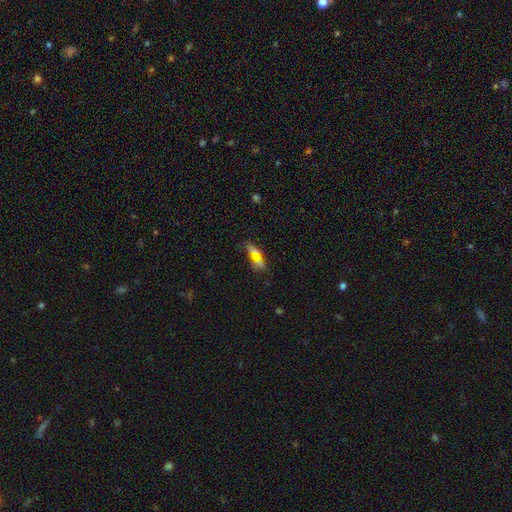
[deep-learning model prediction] Smooth or featured?
  - smooth: 50% *
  - star or artifact: 25%
  - featured or disk: 24%
How rounded?
  - in between: 54% *
  - cigar-shaped: 35%
  - round: 11%
Merging?
  - none: 53% *
  - merger: 23%
  - minor disturbance: 15%
  - major disturbance: 8%